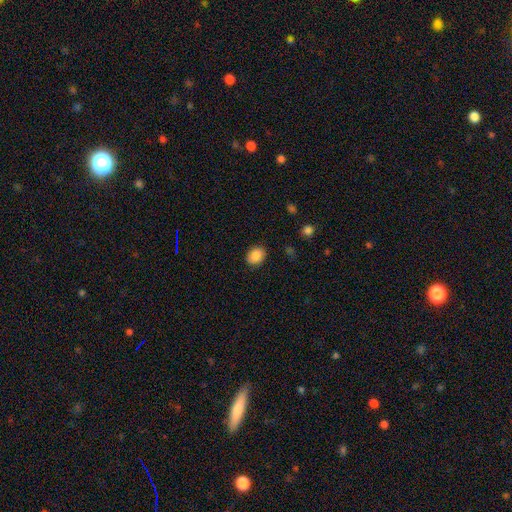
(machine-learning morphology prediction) The model was most divided on "how rounded": in between: 50%, round: 49%, cigar-shaped: 1%. More confident: smooth or featured — smooth (87%); merging — none (87%).